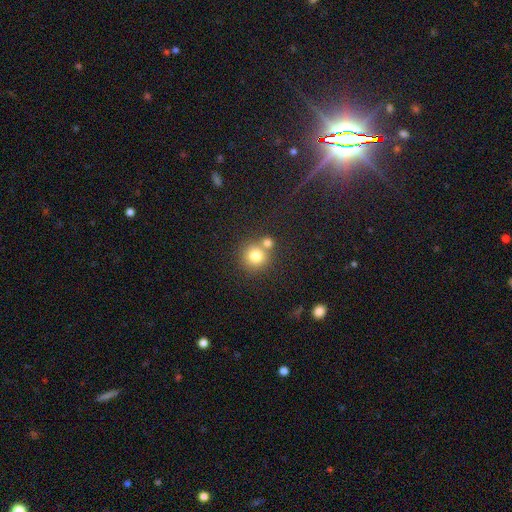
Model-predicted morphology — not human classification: smooth-or-featured: smooth: 79% | star or artifact: 12% | featured or disk: 9%
  how-rounded: round: 92% | in between: 7% | cigar-shaped: 1%
  merging: none: 60% | merger: 30% | minor disturbance: 7% | major disturbance: 3%